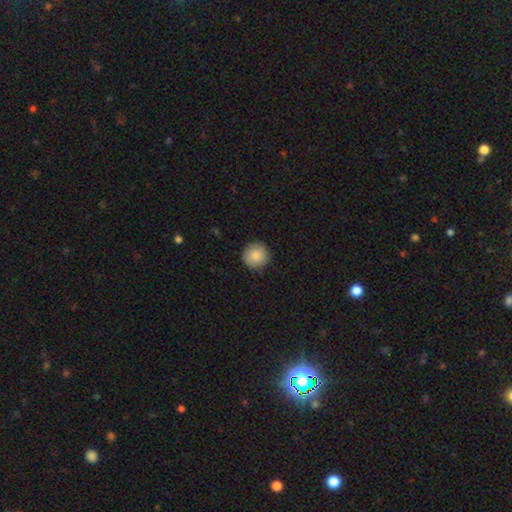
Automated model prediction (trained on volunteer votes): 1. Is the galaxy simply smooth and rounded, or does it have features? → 87% smooth, 7% star or artifact, 5% featured or disk.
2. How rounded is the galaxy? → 94% round, 5% in between, 1% cigar-shaped.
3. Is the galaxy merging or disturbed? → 90% none, 8% minor disturbance, 2% major disturbance, 1% merger.